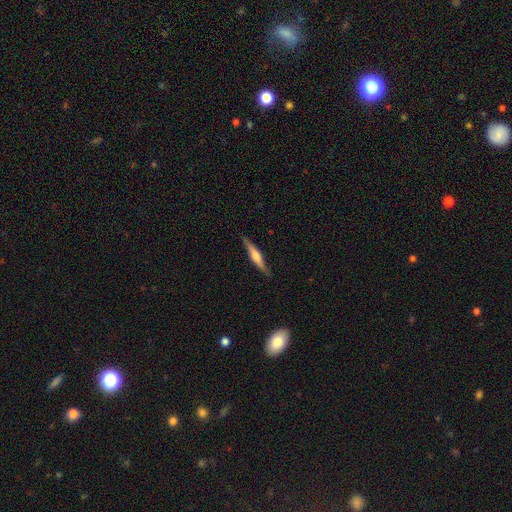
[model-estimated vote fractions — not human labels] Morphology: type=featured or disk (61%); edge-on=yes (96%); edge-on bulge=rounded (71%); merging=none (87%).